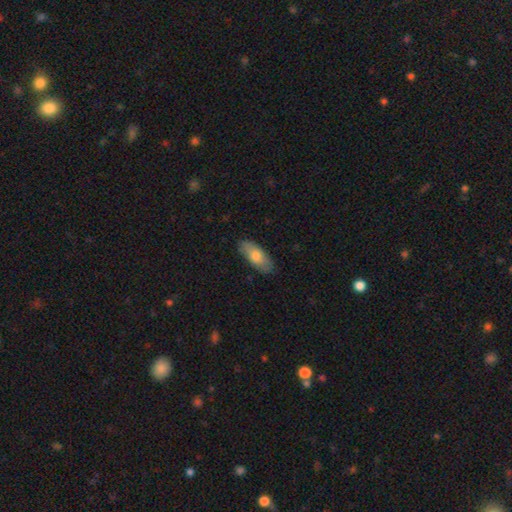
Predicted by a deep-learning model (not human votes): This appears to be a smooth galaxy with no disk features (76%) that is in between round and cigar-shaped (82%). Merging: none (82%).